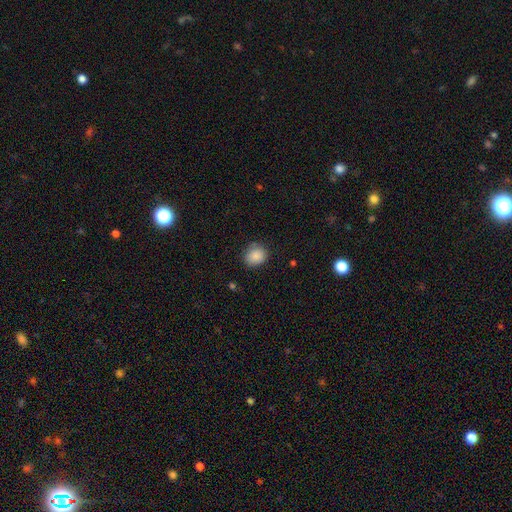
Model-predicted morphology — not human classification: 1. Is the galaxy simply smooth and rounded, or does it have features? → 87% smooth, 8% star or artifact, 4% featured or disk.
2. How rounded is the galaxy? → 67% round, 32% in between, 1% cigar-shaped.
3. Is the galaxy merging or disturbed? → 80% none, 15% minor disturbance, 3% major disturbance, 2% merger.